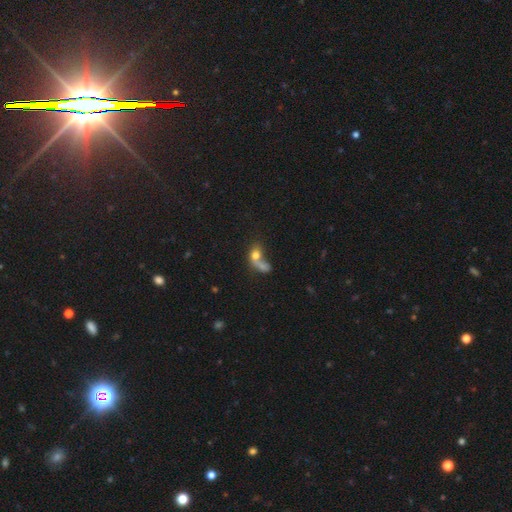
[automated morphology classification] Smooth or featured? smooth (66%)
How rounded? in between (56%)
Merging? merger (56%)